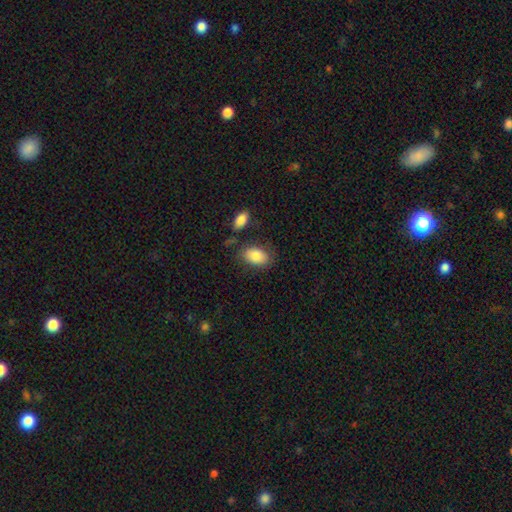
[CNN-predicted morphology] Smooth or featured: smooth — 84% (featured or disk — 9%)
How rounded: in between — 89% (round — 10%)
Merging: none — 72% (minor disturbance — 16%)